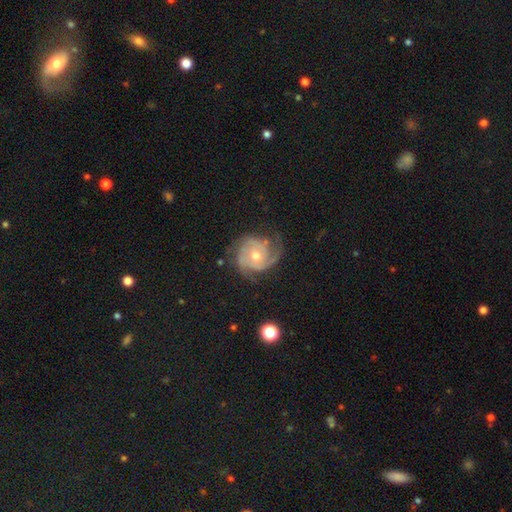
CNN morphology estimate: A featured or disk galaxy (88%) with no bar (75%), 3 (41%) tight (62%) spiral arms (97%) and a moderate central bulge (64%). Merging: none (67%).